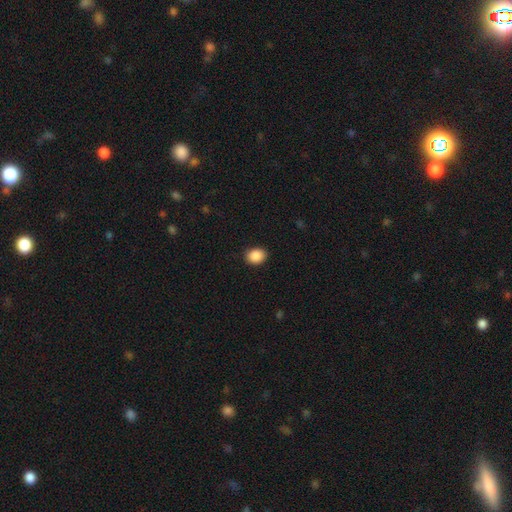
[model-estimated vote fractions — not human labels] Q: Smooth or featured?
A: smooth (89%); runner-up: star or artifact (8%)
Q: How rounded?
A: in between (56%); runner-up: round (43%)
Q: Merging?
A: none (88%); runner-up: minor disturbance (9%)